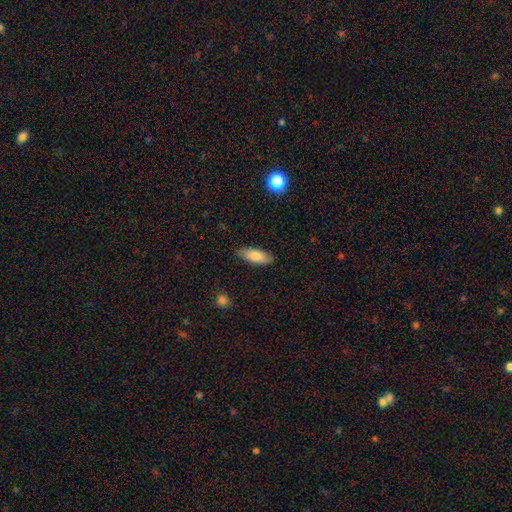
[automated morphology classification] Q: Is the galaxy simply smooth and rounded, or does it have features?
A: smooth — 80%.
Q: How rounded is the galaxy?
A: in between — 73%.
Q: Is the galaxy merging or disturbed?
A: none — 85%.